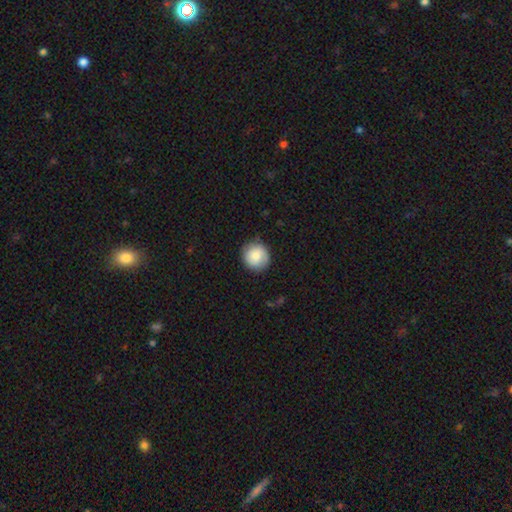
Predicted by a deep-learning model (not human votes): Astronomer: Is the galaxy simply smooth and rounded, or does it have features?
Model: smooth — 80%.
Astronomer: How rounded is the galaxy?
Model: round — 92%.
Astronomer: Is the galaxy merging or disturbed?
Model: none — 84%.